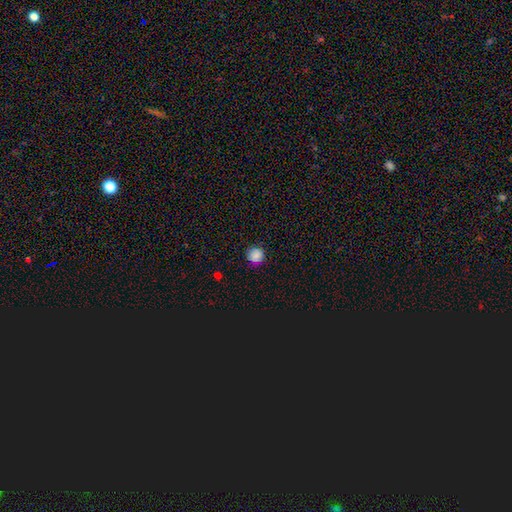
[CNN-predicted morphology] Smooth or featured?
  - smooth: 83% *
  - star or artifact: 12%
  - featured or disk: 5%
How rounded?
  - round: 94% *
  - in between: 5%
  - cigar-shaped: 1%
Merging?
  - none: 86% *
  - minor disturbance: 10%
  - major disturbance: 3%
  - merger: 1%